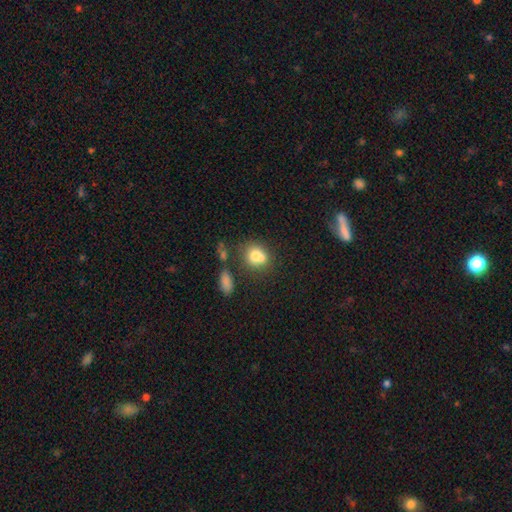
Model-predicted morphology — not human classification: A smooth galaxy with no disk features (76%) that is round (58%). Merging: none (44%).